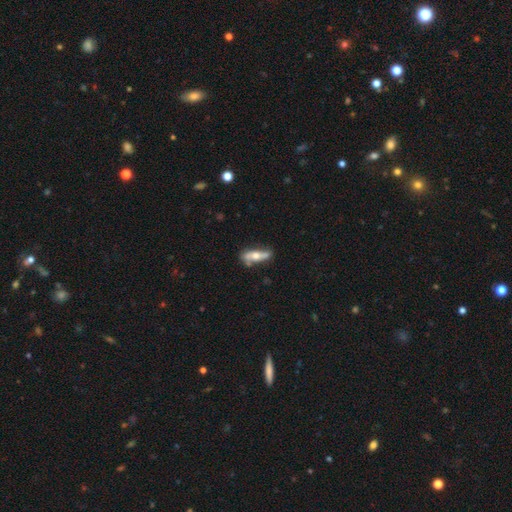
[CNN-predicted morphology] Q: Smooth or featured?
A: featured or disk (53%); runner-up: smooth (41%)
Q: Edge-on disk?
A: no (51%); runner-up: yes (49%)
Q: Merging?
A: none (63%); runner-up: minor disturbance (24%)